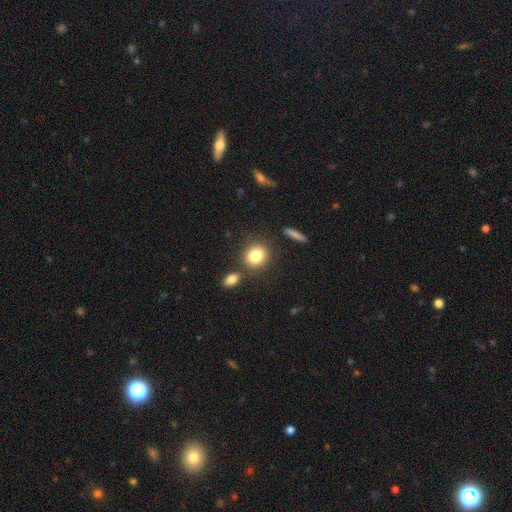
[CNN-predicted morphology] Q: Smooth or featured?
A: smooth (82%); runner-up: star or artifact (9%)
Q: How rounded?
A: round (70%); runner-up: in between (28%)
Q: Merging?
A: none (75%); runner-up: merger (12%)